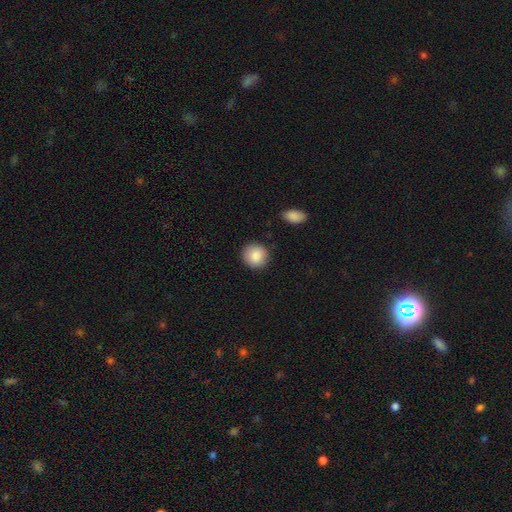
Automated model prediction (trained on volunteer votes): Smooth or featured?
  - smooth: 87% *
  - star or artifact: 7%
  - featured or disk: 6%
How rounded?
  - round: 90% *
  - in between: 9%
  - cigar-shaped: 1%
Merging?
  - none: 88% *
  - minor disturbance: 8%
  - major disturbance: 2%
  - merger: 2%